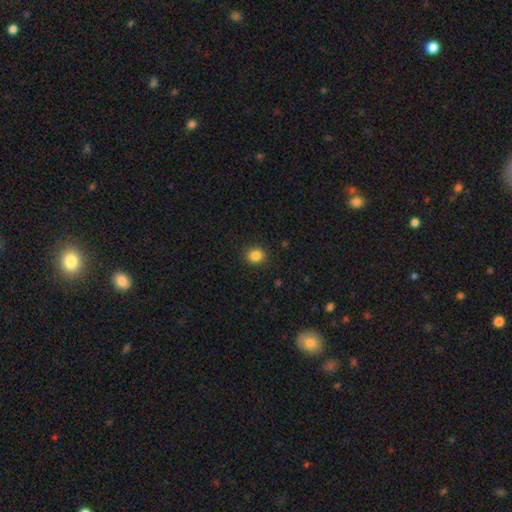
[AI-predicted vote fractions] Smooth or featured? Predicted: smooth (p=0.85). How rounded? Predicted: round (p=0.86). Merging? Predicted: none (p=0.91).